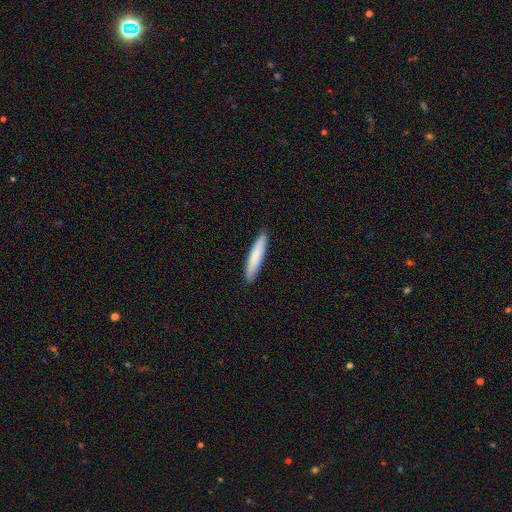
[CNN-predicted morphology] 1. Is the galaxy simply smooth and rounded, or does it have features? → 82% smooth, 12% featured or disk, 5% star or artifact.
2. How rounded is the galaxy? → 90% cigar-shaped, 9% in between, 1% round.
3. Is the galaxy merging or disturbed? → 90% none, 7% minor disturbance, 1% major disturbance, 1% merger.